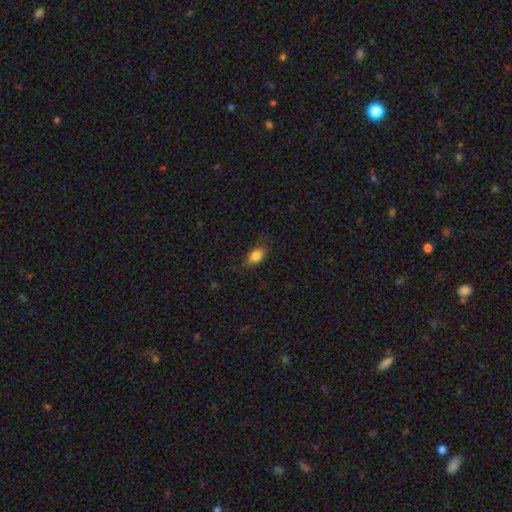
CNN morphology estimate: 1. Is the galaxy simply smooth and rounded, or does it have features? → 83% smooth, 9% featured or disk, 8% star or artifact.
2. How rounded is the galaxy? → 88% in between, 8% round, 4% cigar-shaped.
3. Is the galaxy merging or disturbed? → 69% none, 22% minor disturbance, 7% major disturbance, 1% merger.